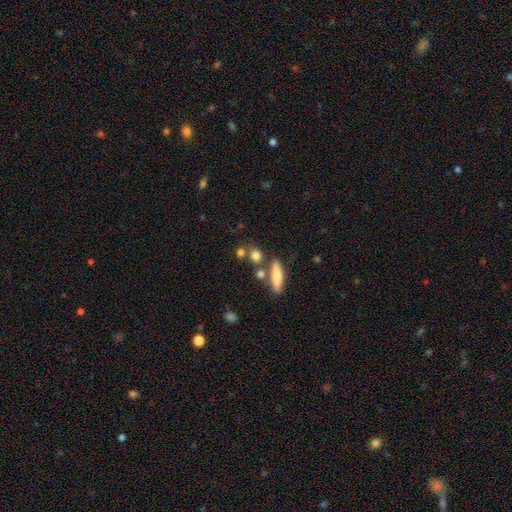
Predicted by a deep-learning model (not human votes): Q: Smooth or featured?
A: smooth (78%); runner-up: featured or disk (11%)
Q: How rounded?
A: round (64%); runner-up: in between (23%)
Q: Merging?
A: none (63%); runner-up: merger (21%)